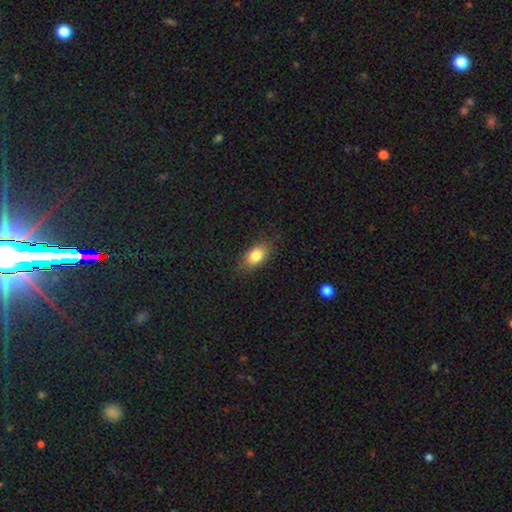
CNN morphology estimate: A smooth galaxy with no disk features (81%) that is in between round and cigar-shaped (84%). Merging: none (81%).